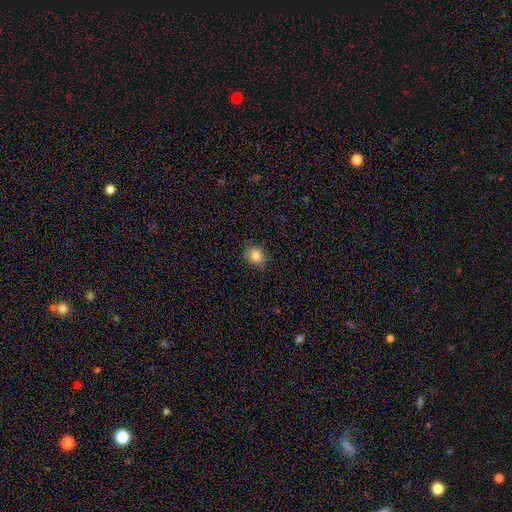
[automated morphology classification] This is clearly a smooth galaxy (84%). How rounded: likely round (70%). Merging: clearly none (87%).